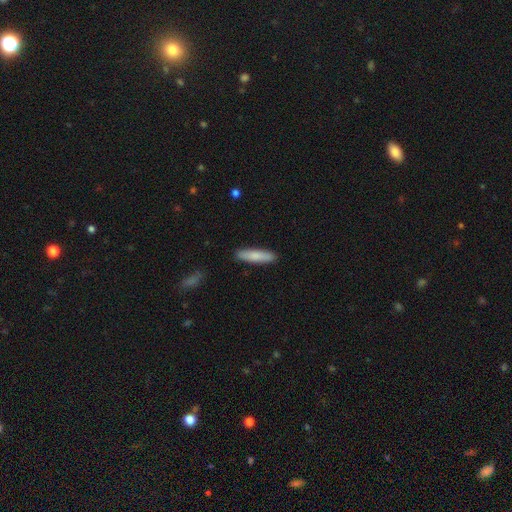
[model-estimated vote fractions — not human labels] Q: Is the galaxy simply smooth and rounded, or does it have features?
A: smooth — 80%.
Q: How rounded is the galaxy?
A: cigar-shaped — 81%.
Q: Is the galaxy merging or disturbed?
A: none — 90%.